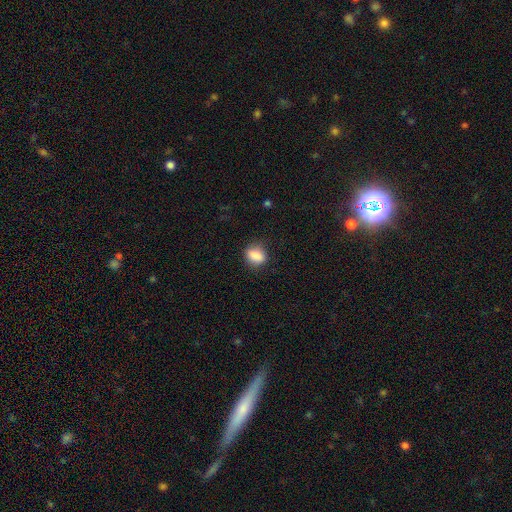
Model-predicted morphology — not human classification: The model was most divided on "how rounded": in between: 65%, round: 32%, cigar-shaped: 3%. More confident: smooth or featured — smooth (86%); merging — none (76%).